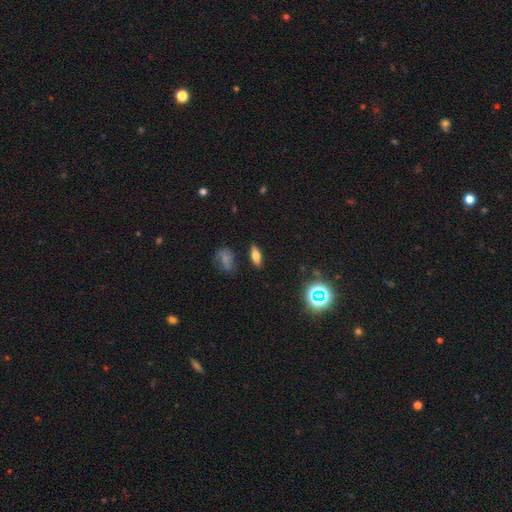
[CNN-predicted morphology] Q: Smooth or featured?
A: smooth (62%); runner-up: featured or disk (23%)
Q: How rounded?
A: in between (72%); runner-up: cigar-shaped (23%)
Q: Merging?
A: none (84%); runner-up: minor disturbance (10%)